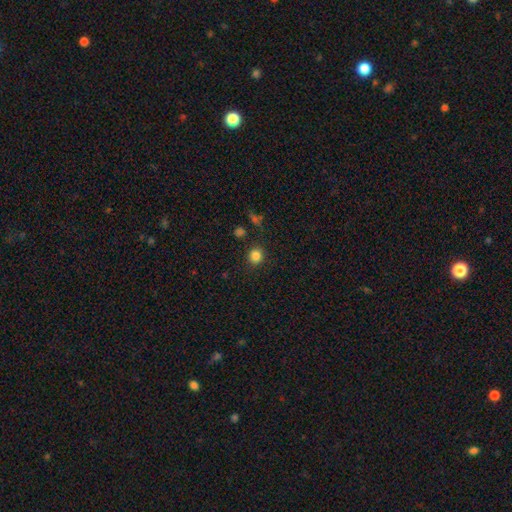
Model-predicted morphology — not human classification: A smooth galaxy with no disk features (84%) that is round (88%).

Vote fractions:
- Smooth or featured? smooth: 84% / star or artifact: 12% / featured or disk: 4%
- How rounded? round: 88% / in between: 11% / cigar-shaped: 1%
- Merging? none: 88% / minor disturbance: 7% / major disturbance: 3% / merger: 2%